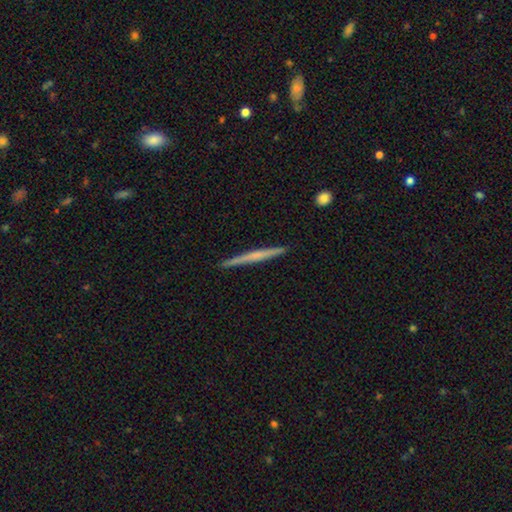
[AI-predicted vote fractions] The model was most divided on "smooth or featured": featured or disk: 55%, smooth: 40%, star or artifact: 6%. More confident: edge-on disk — yes (98%); merging — none (92%); edge-on bulge — none (69%).